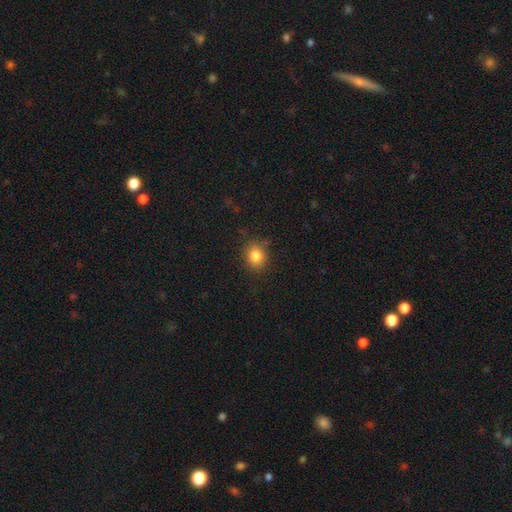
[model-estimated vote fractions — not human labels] Morphology: type=smooth (83%); roundness=round (61%); merging=none (83%).